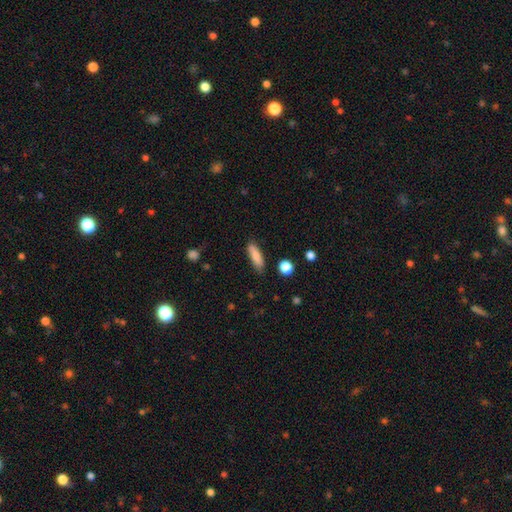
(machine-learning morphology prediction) smooth-or-featured: smooth: 84% | featured or disk: 9% | star or artifact: 7%
  how-rounded: cigar-shaped: 57% | in between: 40% | round: 2%
  merging: none: 82% | minor disturbance: 14% | major disturbance: 3% | merger: 2%